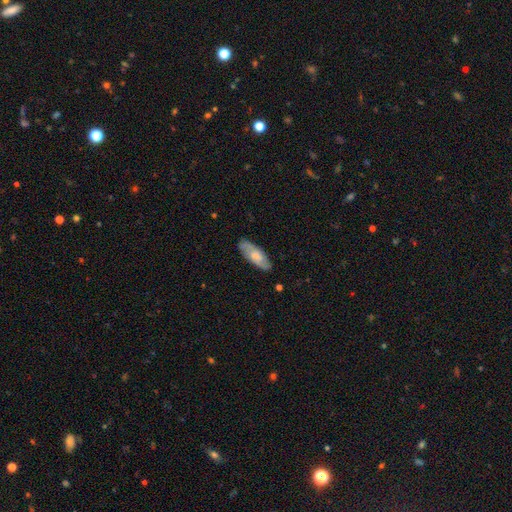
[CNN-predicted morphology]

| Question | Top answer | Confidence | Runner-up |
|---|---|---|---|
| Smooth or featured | smooth | 51% | featured or disk (42%) |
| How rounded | in between | 72% | cigar-shaped (26%) |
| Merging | none | 83% | minor disturbance (13%) |